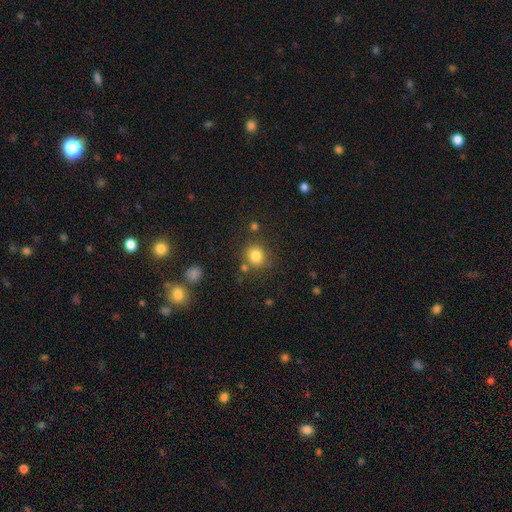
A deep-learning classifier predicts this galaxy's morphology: type=smooth (82%); roundness=round (79%); merging=none (76%).